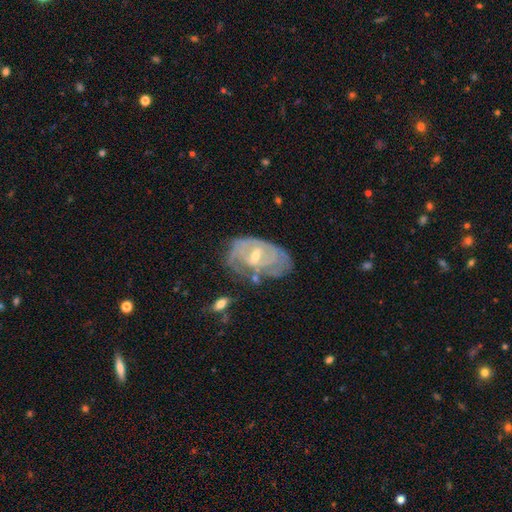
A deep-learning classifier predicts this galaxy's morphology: This appears to be a featured or disk galaxy (79%) with a weak bar (50%), tight (63%) spiral arms (80%) and a small central bulge (52%). Merging: none (50%).